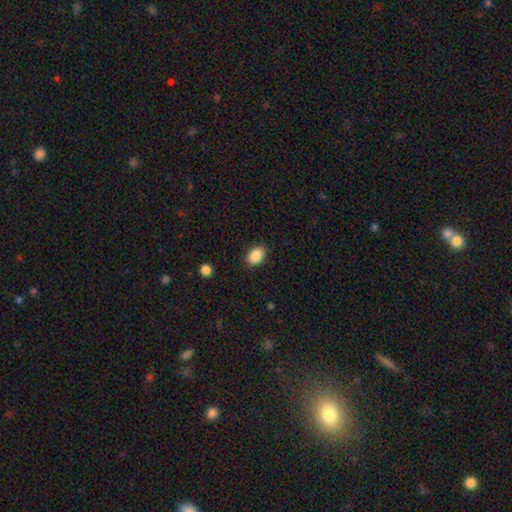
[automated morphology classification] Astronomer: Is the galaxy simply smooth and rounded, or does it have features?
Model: smooth — 89%.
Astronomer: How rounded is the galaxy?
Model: in between — 80%.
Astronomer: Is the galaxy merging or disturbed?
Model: none — 87%.